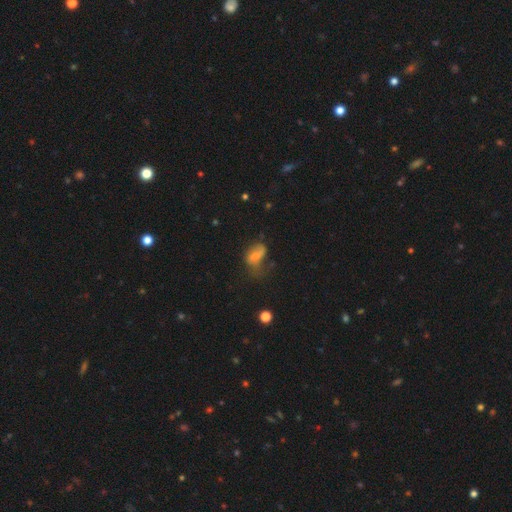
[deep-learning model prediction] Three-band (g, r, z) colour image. It shows a smooth galaxy with no disk features (61%) that is in between round and cigar-shaped (85%). Merging: major disturbance (40%).